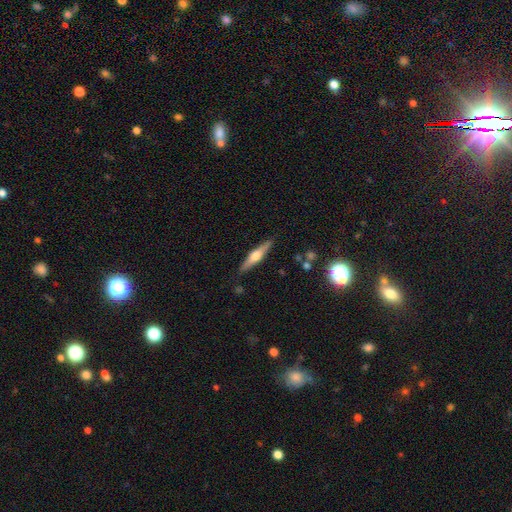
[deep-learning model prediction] Smooth or featured? featured or disk (64%)
Edge-on disk? yes (97%)
Edge-on bulge? rounded (92%)
Merging? none (88%)